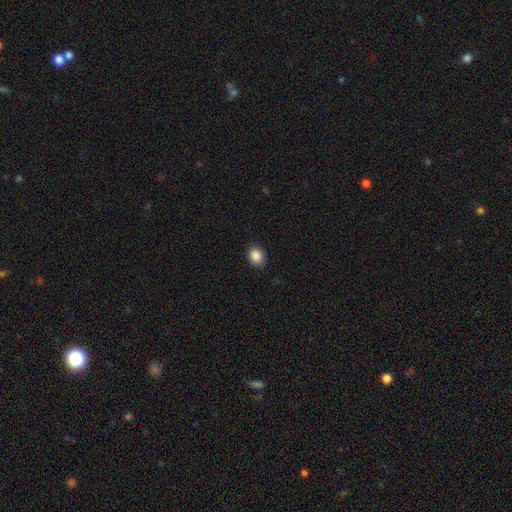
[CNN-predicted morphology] Smooth or featured? Predicted: smooth (p=0.88). How rounded? Predicted: in between (p=0.52). Merging? Predicted: none (p=0.86).